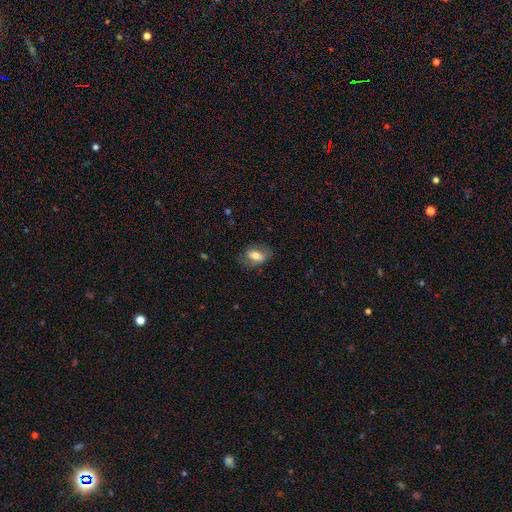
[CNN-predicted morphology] type=smooth (65%); roundness=in between (86%); merging=none (74%).